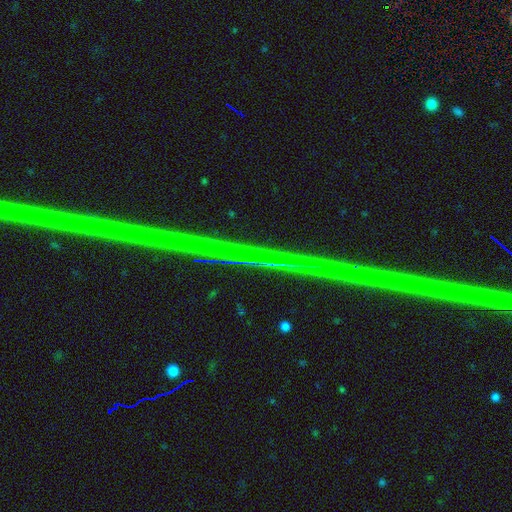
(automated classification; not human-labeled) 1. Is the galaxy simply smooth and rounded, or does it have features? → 83% star or artifact, 11% featured or disk, 6% smooth.